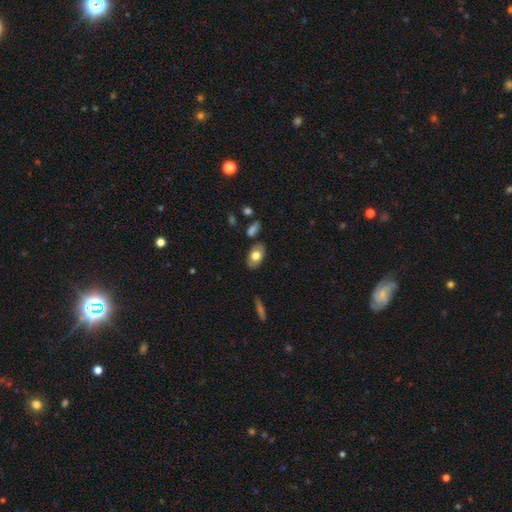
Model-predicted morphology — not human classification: Smooth or featured? Predicted: smooth (p=0.68). How rounded? Predicted: in between (p=0.91). Merging? Predicted: none (p=0.82).